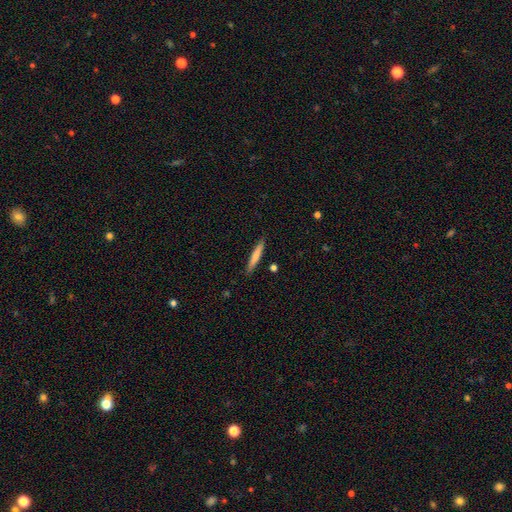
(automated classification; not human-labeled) A smooth galaxy with no disk features (71%) that is cigar-shaped (95%). Merging: none (90%).